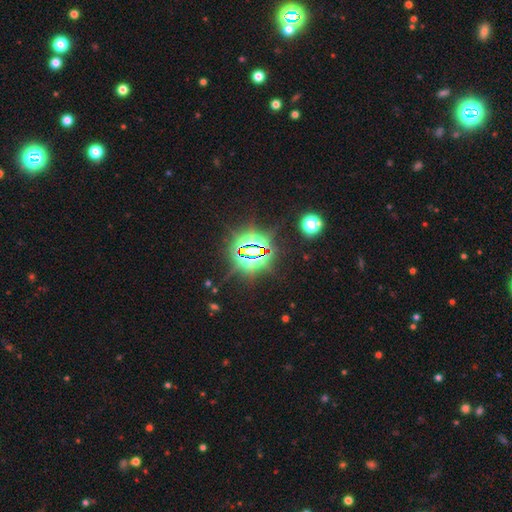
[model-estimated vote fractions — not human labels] Overall: star or artifact (83%).